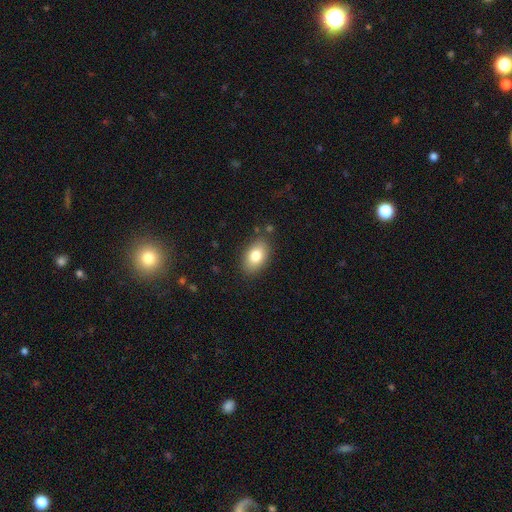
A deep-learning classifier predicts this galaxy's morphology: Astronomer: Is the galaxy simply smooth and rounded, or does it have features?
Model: smooth — 80%.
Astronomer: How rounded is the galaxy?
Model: in between — 89%.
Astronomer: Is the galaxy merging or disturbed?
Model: none — 84%.